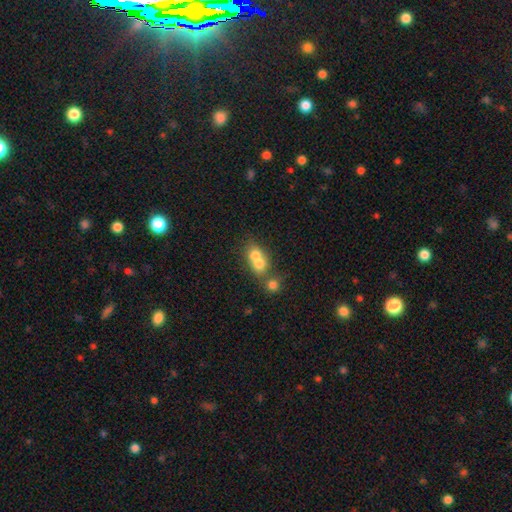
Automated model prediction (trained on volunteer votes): smooth_or_featured: smooth (p=0.69) [alt: featured or disk p=0.20]
how_rounded: round (p=0.63) [alt: in between p=0.35]
merging: merger (p=0.69) [alt: none p=0.22]